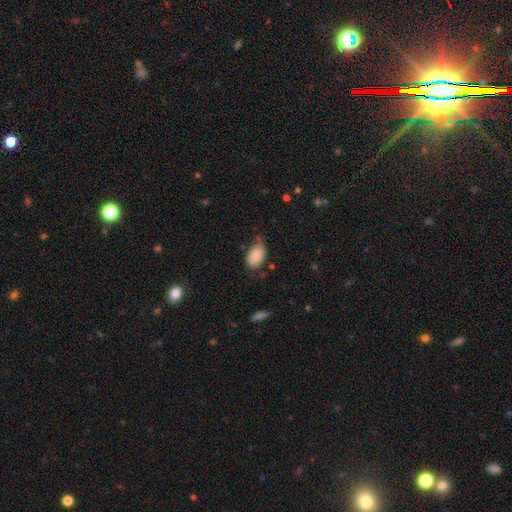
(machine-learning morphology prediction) This is clearly a smooth galaxy (85%). How rounded: clearly in between (92%). Merging: likely none (63%).